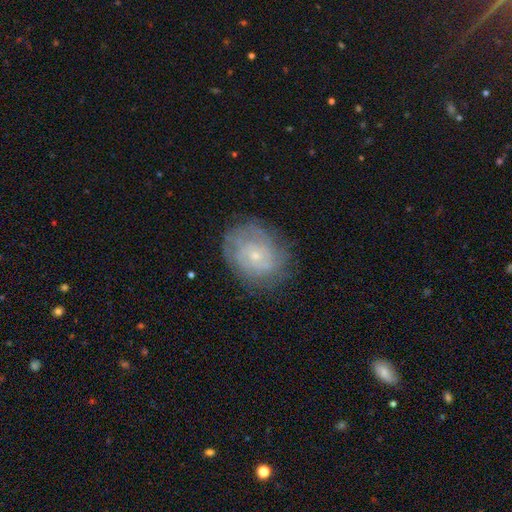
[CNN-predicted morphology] A featured or disk galaxy (62%) with no bar (80%), spiral arms (73%) and a small central bulge (76%).

Vote fractions:
- Smooth or featured? featured or disk: 62% / smooth: 30% / star or artifact: 9%
- Edge-on disk? no: 97% / yes: 3%
- Bar? no: 80% / weak: 17% / strong: 3%
- Spiral arms? yes: 73% / no: 27%
- Bulge size? small: 76% / moderate: 20% / none: 2% / large: 1% / dominant: 1%
- Merging? none: 72% / minor disturbance: 19% / major disturbance: 8% / merger: 1%